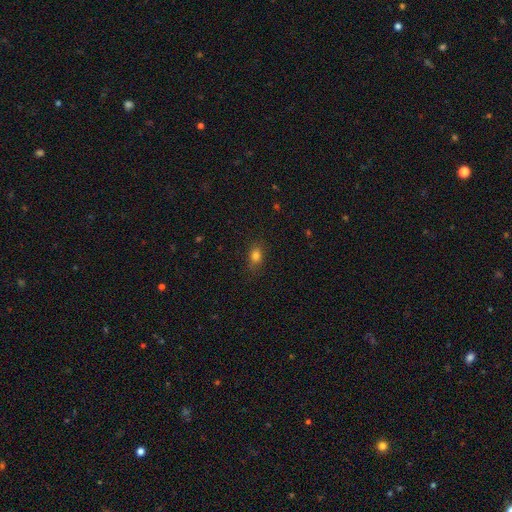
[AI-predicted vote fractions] A smooth galaxy with no disk features (81%) that is in between round and cigar-shaped (72%).

Vote fractions:
- Smooth or featured? smooth: 81% / star or artifact: 13% / featured or disk: 7%
- How rounded? in between: 72% / round: 24% / cigar-shaped: 3%
- Merging? none: 83% / minor disturbance: 13% / major disturbance: 3% / merger: 1%